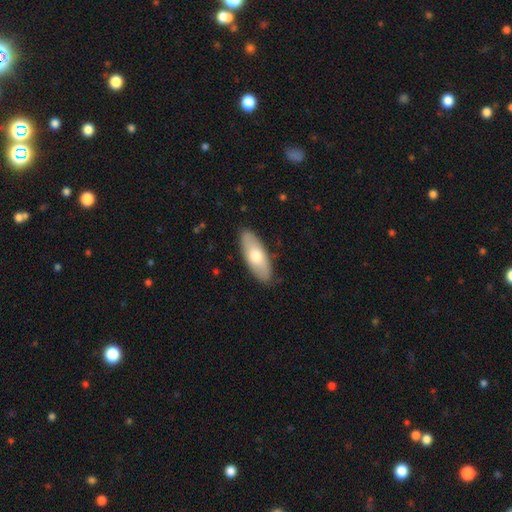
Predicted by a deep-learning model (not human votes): smooth 66%, featured or disk 29%, star or artifact 5%. Down the decision tree: how rounded — in between (76%); merging — none (88%).